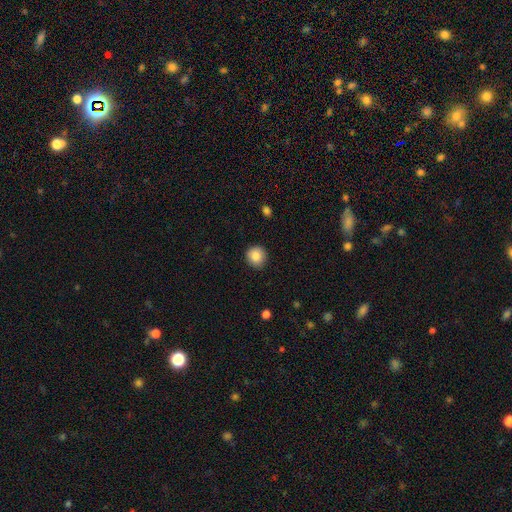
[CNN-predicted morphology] The model was most divided on "smooth or featured": smooth: 87%, star or artifact: 9%, featured or disk: 4%. More confident: how rounded — round (92%); merging — none (89%).